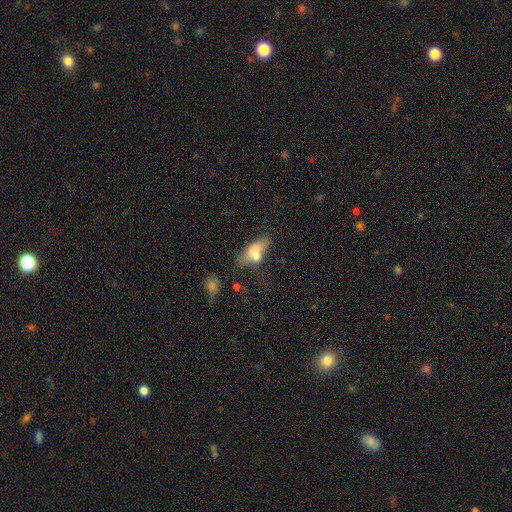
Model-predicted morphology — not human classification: This is possibly a smooth galaxy (59%). How rounded: likely in between (76%). Merging: marginally merger (39%).